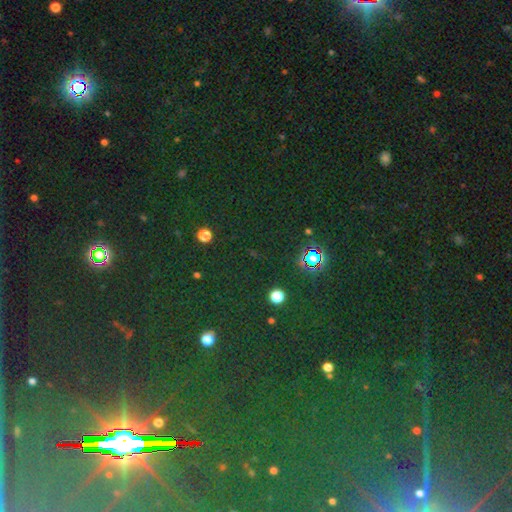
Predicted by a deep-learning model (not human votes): Smooth or featured? star or artifact (83%)